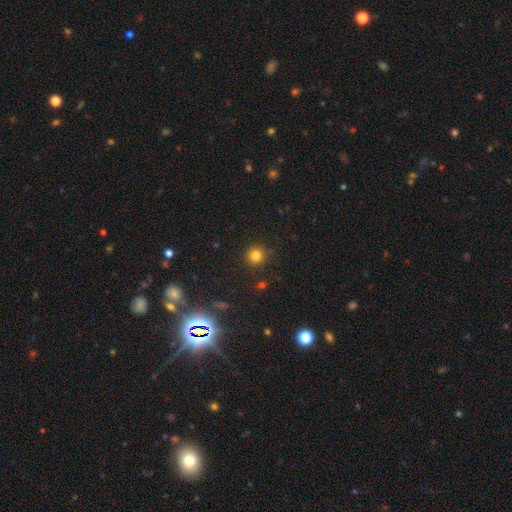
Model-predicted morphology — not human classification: A smooth galaxy with no disk features (81%) that is round (93%). Merging: none (89%).